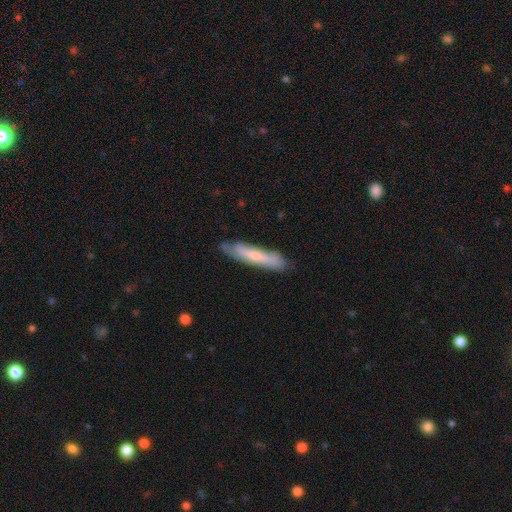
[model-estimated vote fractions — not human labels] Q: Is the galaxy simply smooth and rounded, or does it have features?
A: featured or disk — 53%.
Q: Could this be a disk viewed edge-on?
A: yes — 59%.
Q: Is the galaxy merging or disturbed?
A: none — 74%.